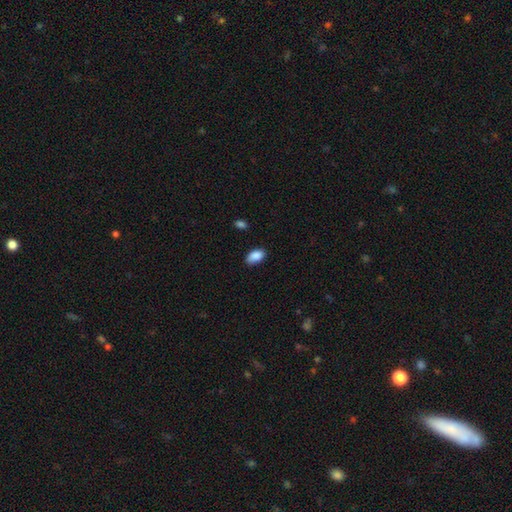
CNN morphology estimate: Overall: smooth (88%). How rounded: in between (93%). Merging: none (74%).